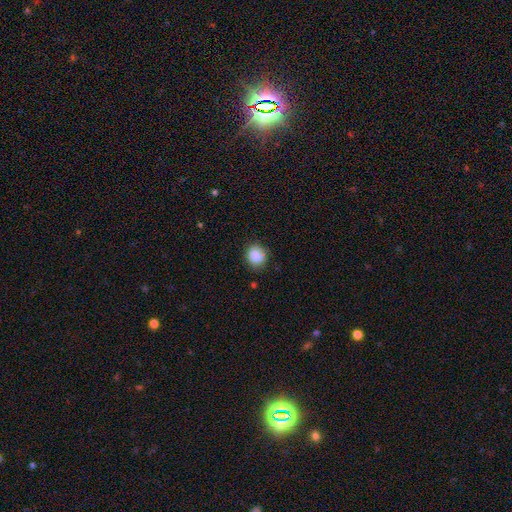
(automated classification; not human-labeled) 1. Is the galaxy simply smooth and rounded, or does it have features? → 87% smooth, 9% star or artifact, 4% featured or disk.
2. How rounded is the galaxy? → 76% round, 23% in between, 1% cigar-shaped.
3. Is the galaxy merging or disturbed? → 77% none, 18% minor disturbance, 4% major disturbance, 2% merger.